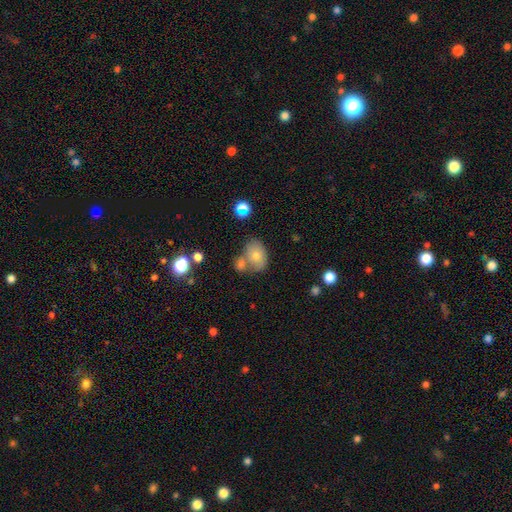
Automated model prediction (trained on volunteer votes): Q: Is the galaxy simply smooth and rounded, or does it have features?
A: smooth — 74%.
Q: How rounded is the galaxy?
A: in between — 76%.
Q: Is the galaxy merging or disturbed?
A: none — 44%.